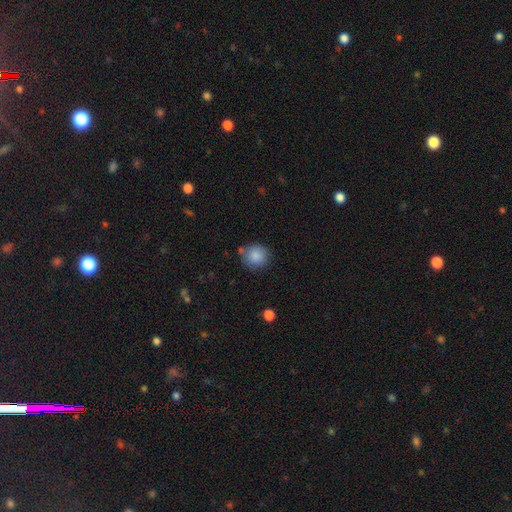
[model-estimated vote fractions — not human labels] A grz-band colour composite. It shows a smooth galaxy with no disk features (87%) that is round (87%). Merging: none (76%).